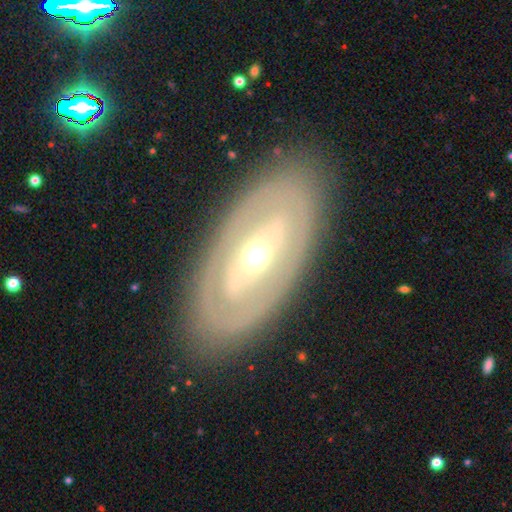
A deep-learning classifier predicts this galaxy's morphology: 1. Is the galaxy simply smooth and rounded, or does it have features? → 74% featured or disk, 21% smooth, 5% star or artifact.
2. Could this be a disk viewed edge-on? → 90% no, 10% yes.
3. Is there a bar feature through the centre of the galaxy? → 66% no, 21% weak, 13% strong.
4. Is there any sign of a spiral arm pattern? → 67% no, 33% yes.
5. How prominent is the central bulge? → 59% moderate, 36% small, 4% large, 1% dominant, 1% none.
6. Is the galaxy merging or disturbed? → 85% none, 10% minor disturbance, 4% major disturbance, 1% merger.